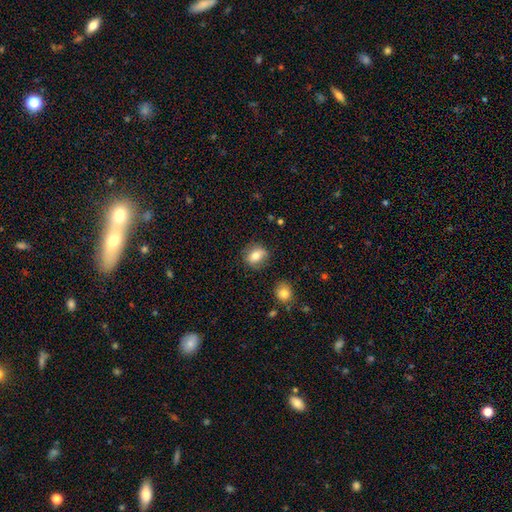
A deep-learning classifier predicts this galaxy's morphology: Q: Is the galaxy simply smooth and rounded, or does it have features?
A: smooth — 74%.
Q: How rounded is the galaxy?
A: round — 57%.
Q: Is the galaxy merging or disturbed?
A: none — 81%.